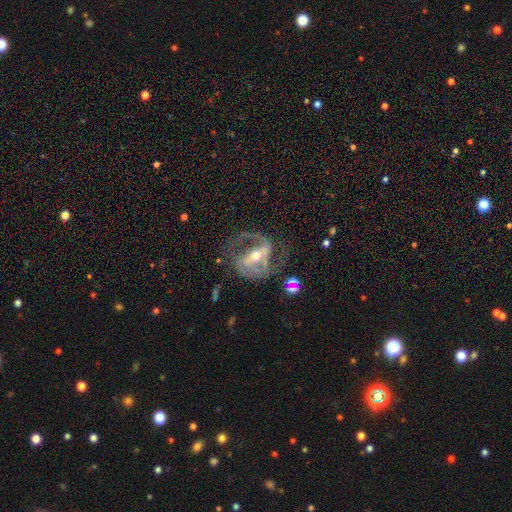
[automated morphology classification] Smooth or featured? Predicted: featured or disk (p=0.89). Edge-on disk? Predicted: no (p=0.96). Bar? Predicted: strong (p=0.62). Spiral arms? Predicted: yes (p=0.94). Spiral winding? Predicted: medium (p=0.55). Spiral arm count? Predicted: 2 (p=0.84). Bulge size? Predicted: moderate (p=0.56). Merging? Predicted: none (p=0.60).